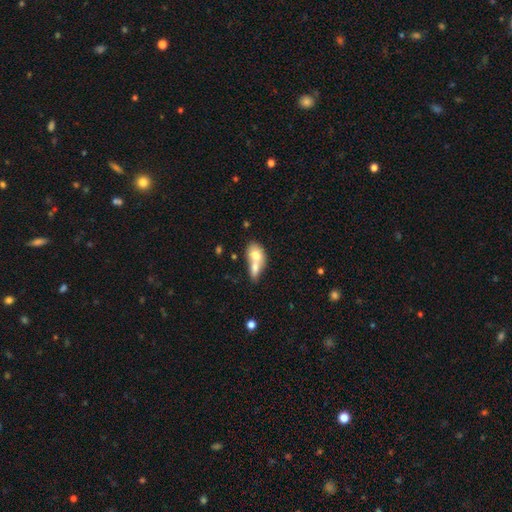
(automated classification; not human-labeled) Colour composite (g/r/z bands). It shows a smooth galaxy with no disk features (69%) that is in between round and cigar-shaped (71%). Merging: merger (73%).